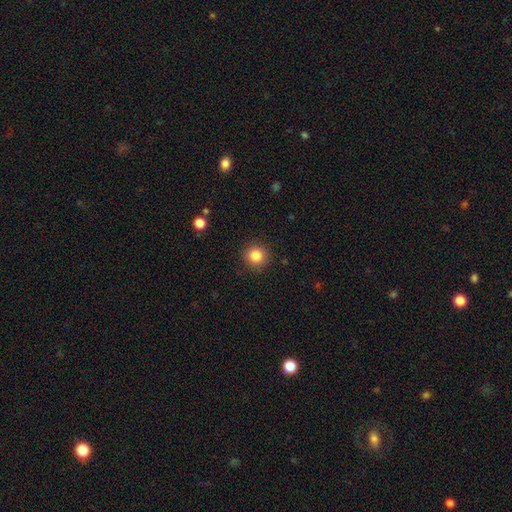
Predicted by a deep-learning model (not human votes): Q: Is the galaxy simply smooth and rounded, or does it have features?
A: smooth — 84%.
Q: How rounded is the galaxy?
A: round — 93%.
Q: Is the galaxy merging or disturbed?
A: none — 91%.